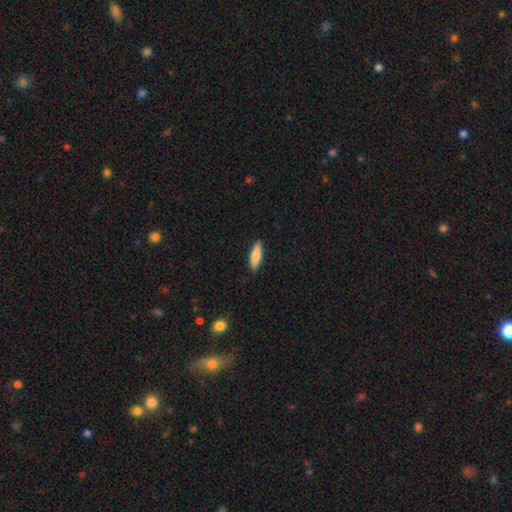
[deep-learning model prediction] Q: Smooth or featured?
A: smooth (81%); runner-up: featured or disk (14%)
Q: How rounded?
A: cigar-shaped (53%); runner-up: in between (46%)
Q: Merging?
A: none (88%); runner-up: minor disturbance (9%)